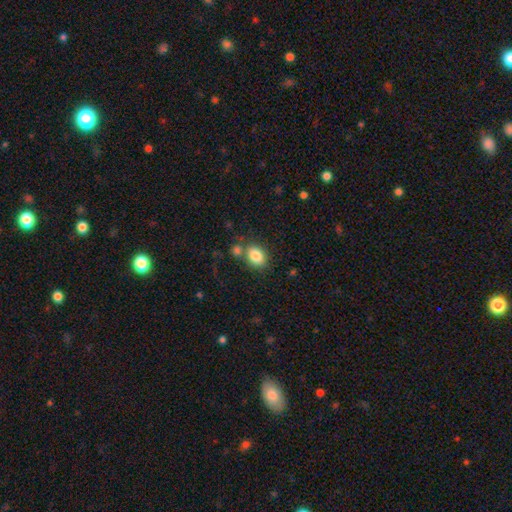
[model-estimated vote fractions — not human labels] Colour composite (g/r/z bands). It shows a smooth galaxy with no disk features (84%) that is in between round and cigar-shaped (68%). Merging: none (66%).